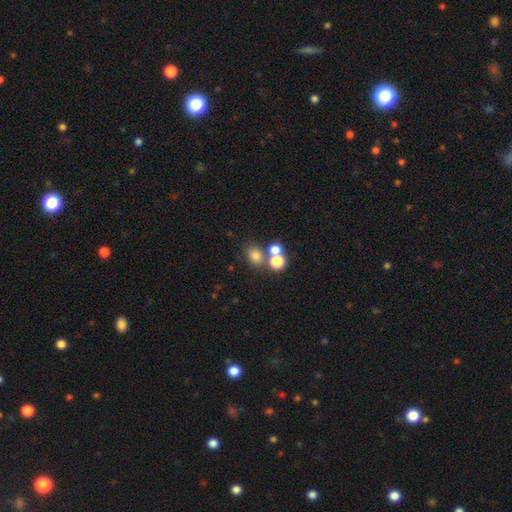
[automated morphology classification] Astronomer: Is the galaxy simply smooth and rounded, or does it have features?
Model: smooth — 74%.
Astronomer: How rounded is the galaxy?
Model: round — 60% (runner-up: in between, 39%).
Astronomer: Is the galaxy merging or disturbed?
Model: none — 53% (runner-up: merger, 35%).